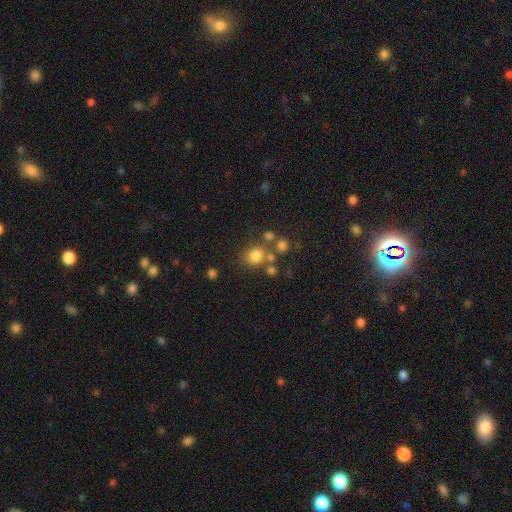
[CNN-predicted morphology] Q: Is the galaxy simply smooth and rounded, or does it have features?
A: smooth — 75%.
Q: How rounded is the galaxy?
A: round — 84%.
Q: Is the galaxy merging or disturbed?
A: none — 64%.